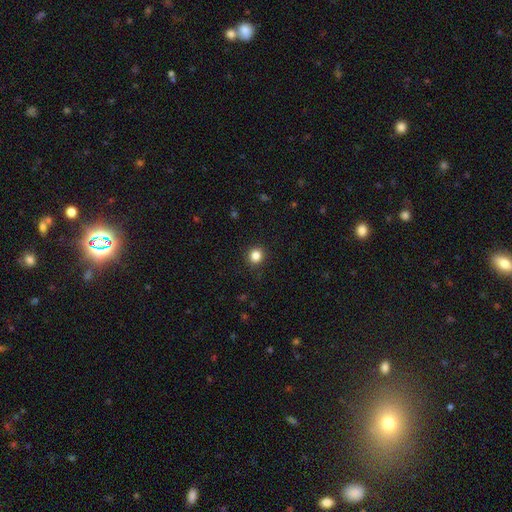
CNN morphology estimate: Smooth or featured?
  - smooth: 84% *
  - star or artifact: 12%
  - featured or disk: 4%
How rounded?
  - round: 90% *
  - in between: 9%
  - cigar-shaped: 1%
Merging?
  - none: 91% *
  - minor disturbance: 6%
  - major disturbance: 2%
  - merger: 1%